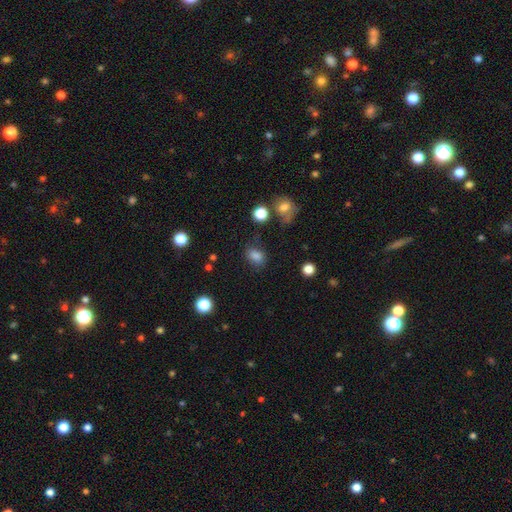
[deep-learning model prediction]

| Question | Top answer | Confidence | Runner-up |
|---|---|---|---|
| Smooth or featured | smooth | 80% | star or artifact (13%) |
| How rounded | in between | 65% | round (33%) |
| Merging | none | 68% | minor disturbance (19%) |